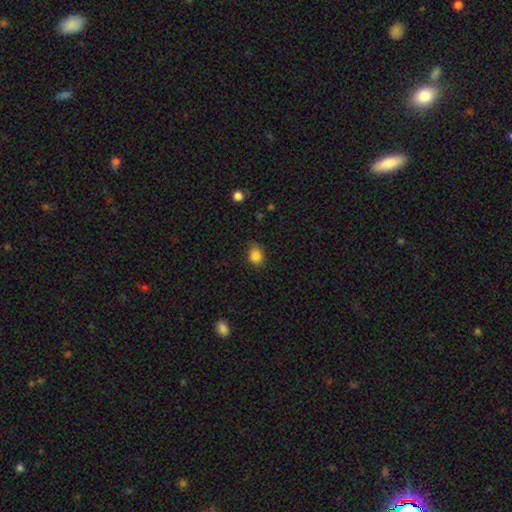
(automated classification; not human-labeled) smooth-or-featured: smooth: 86% | star or artifact: 10% | featured or disk: 4%
  how-rounded: in between: 54% | round: 45% | cigar-shaped: 1%
  merging: none: 73% | minor disturbance: 21% | major disturbance: 4% | merger: 1%